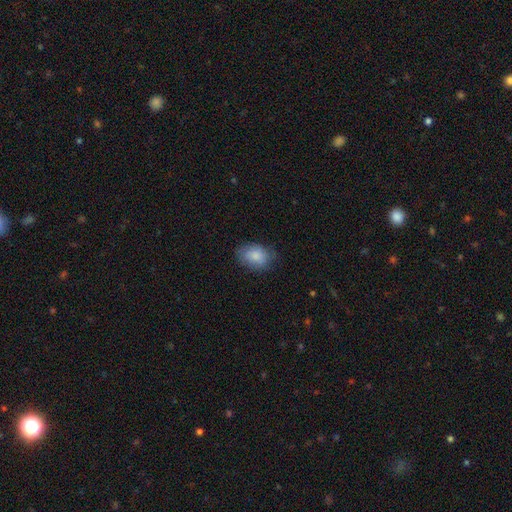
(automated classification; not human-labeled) The model was most divided on "merging": none: 74%, minor disturbance: 20%, major disturbance: 5%, merger: 1%. More confident: smooth or featured — smooth (84%); how rounded — in between (77%).